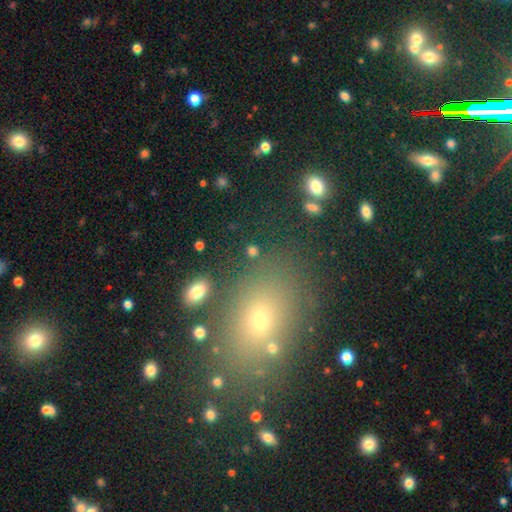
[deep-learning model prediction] The model was most divided on "smooth or featured": smooth: 61%, star or artifact: 26%, featured or disk: 13%. More confident: merging — none (80%); how rounded — in between (68%).